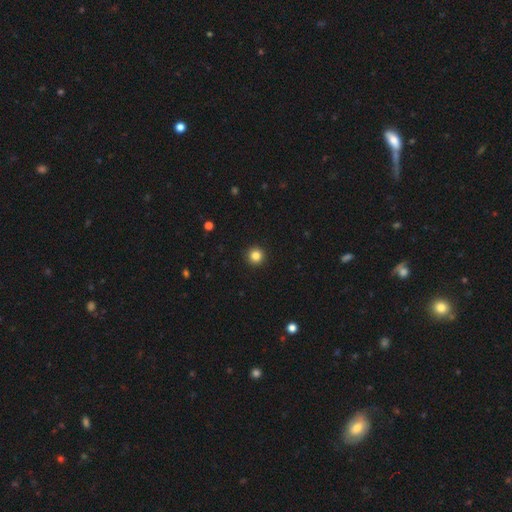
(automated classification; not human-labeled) smooth 84%, star or artifact 12%, featured or disk 4%. Down the decision tree: how rounded — round (96%); merging — none (94%).